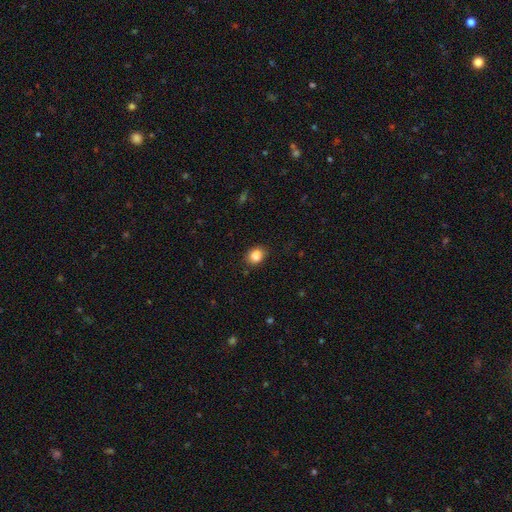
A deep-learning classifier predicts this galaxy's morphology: The model was most divided on "how rounded": round: 53%, in between: 46%, cigar-shaped: 1%. More confident: smooth or featured — smooth (86%); merging — none (82%).